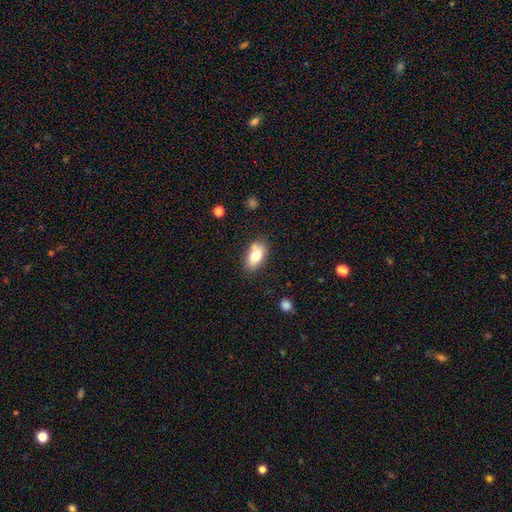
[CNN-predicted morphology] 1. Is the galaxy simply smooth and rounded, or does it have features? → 75% smooth, 17% featured or disk, 8% star or artifact.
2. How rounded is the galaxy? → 90% in between, 6% round, 4% cigar-shaped.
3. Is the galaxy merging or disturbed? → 71% none, 17% minor disturbance, 9% merger, 4% major disturbance.